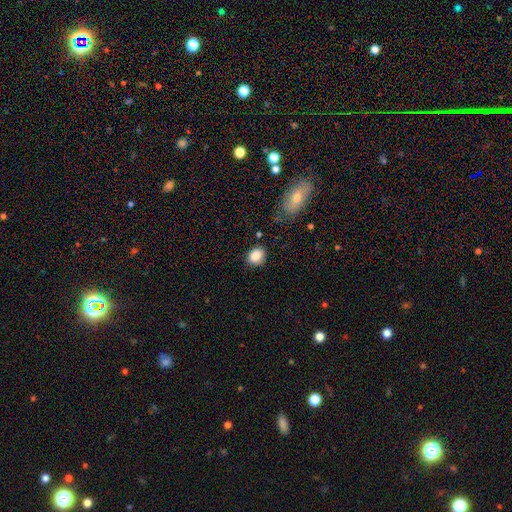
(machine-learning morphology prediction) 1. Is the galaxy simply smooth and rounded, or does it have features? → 87% smooth, 8% star or artifact, 5% featured or disk.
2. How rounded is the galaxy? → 55% round, 44% in between, 1% cigar-shaped.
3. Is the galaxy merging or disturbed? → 80% none, 14% minor disturbance, 3% major disturbance, 2% merger.